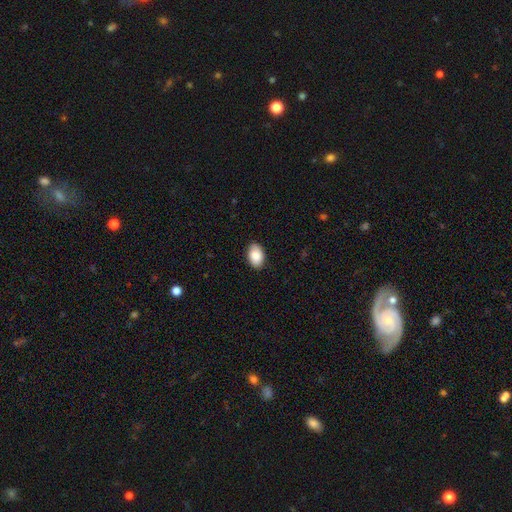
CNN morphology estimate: Smooth or featured?
  - smooth: 88% *
  - star or artifact: 6%
  - featured or disk: 5%
How rounded?
  - in between: 91% *
  - round: 8%
  - cigar-shaped: 1%
Merging?
  - none: 88% *
  - minor disturbance: 9%
  - major disturbance: 2%
  - merger: 1%